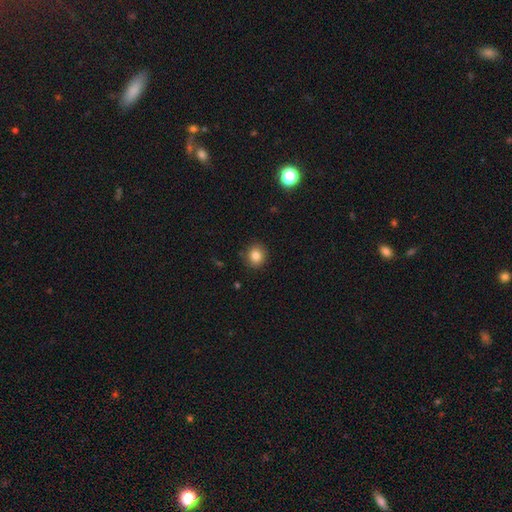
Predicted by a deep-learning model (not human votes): A smooth galaxy with no disk features (83%) that is round (85%). Merging: none (89%).